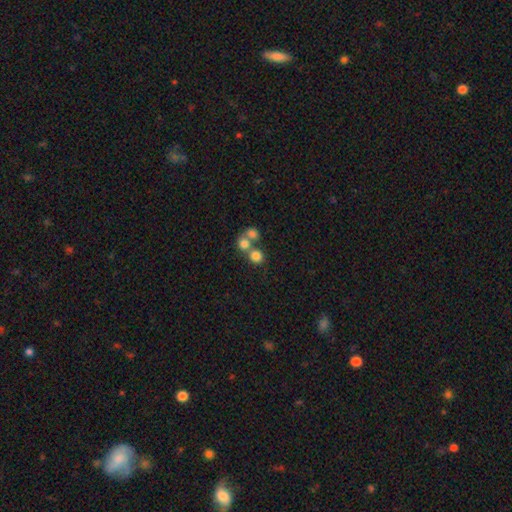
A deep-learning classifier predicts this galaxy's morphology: smooth_or_featured: smooth (p=0.76) [alt: star or artifact p=0.13]
how_rounded: round (p=0.86) [alt: in between p=0.13]
merging: none (p=0.47) [alt: merger p=0.43]